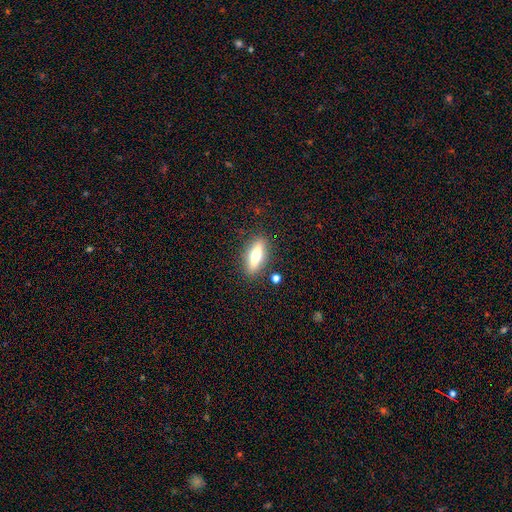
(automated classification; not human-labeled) Q: Smooth or featured?
A: smooth (54%); runner-up: featured or disk (38%)
Q: How rounded?
A: in between (55%); runner-up: cigar-shaped (42%)
Q: Merging?
A: none (86%); runner-up: minor disturbance (9%)